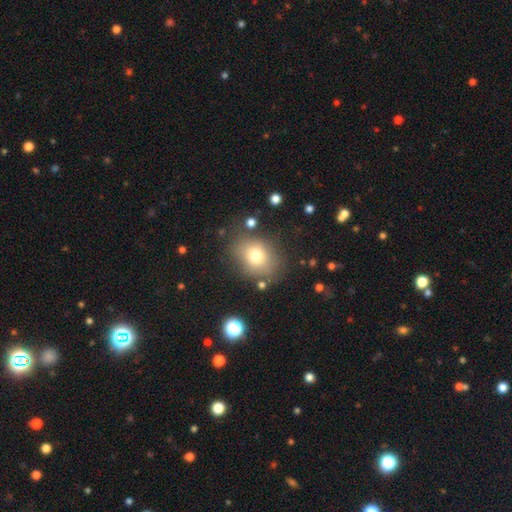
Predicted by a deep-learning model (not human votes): Smooth or featured? Predicted: smooth (p=0.73). How rounded? Predicted: round (p=0.51). Merging? Predicted: none (p=0.73).